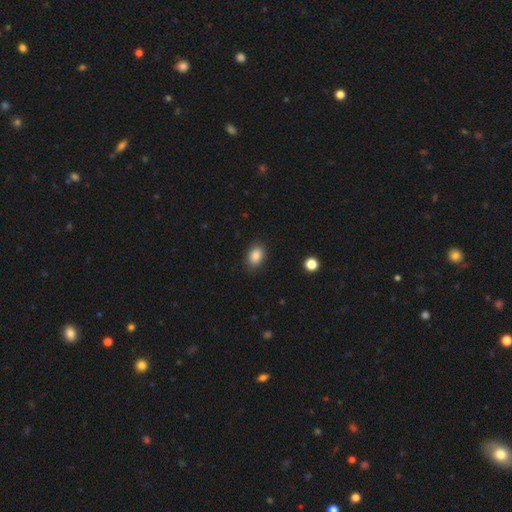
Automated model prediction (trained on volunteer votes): Smooth or featured? smooth (87%)
How rounded? in between (78%)
Merging? none (85%)